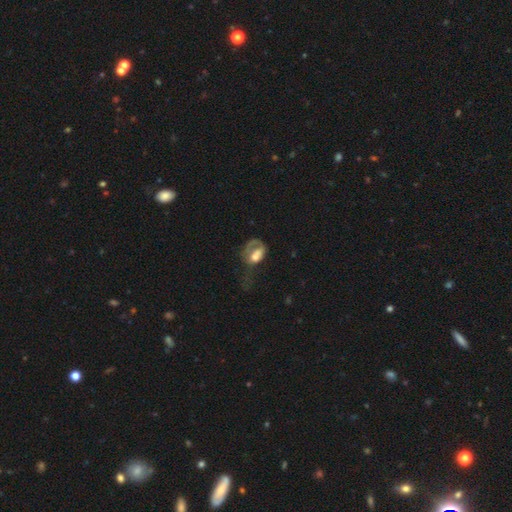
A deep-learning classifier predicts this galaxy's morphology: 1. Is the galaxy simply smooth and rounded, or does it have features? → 47% featured or disk, 45% smooth, 9% star or artifact.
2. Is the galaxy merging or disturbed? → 61% major disturbance, 18% none, 14% minor disturbance, 7% merger.